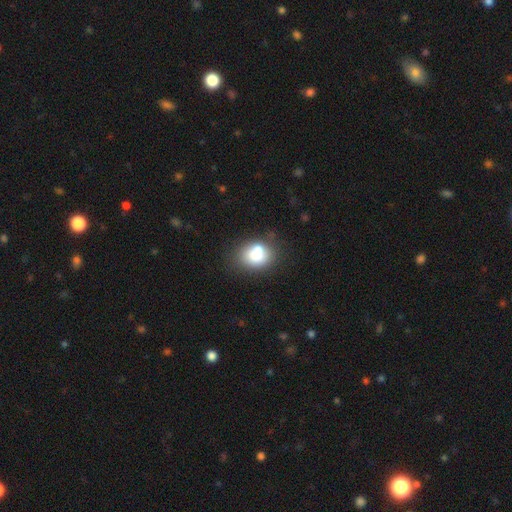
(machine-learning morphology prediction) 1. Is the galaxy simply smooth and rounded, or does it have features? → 73% smooth, 17% featured or disk, 10% star or artifact.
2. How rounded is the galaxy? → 53% in between, 46% round, 1% cigar-shaped.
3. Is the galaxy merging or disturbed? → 49% none, 28% merger, 16% minor disturbance, 6% major disturbance.